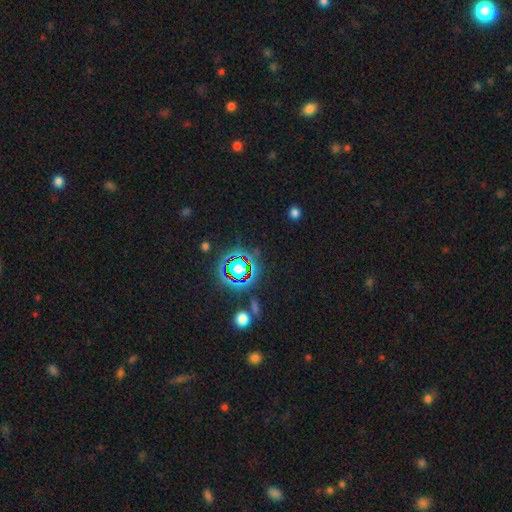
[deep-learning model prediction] Overall: star or artifact (74%).